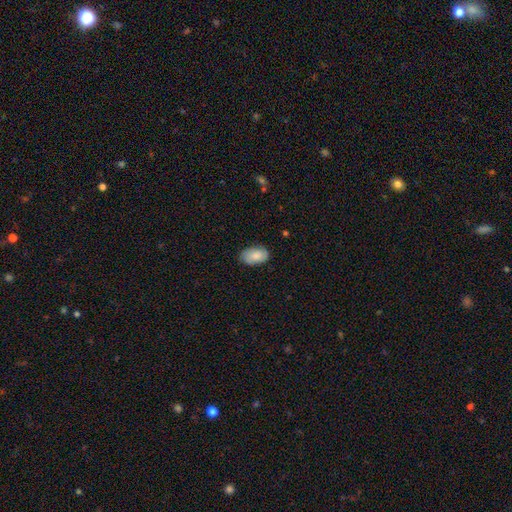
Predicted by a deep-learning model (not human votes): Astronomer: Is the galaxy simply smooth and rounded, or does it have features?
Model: smooth — 82%.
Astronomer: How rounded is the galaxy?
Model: in between — 94%.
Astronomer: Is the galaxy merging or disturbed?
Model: none — 76%.